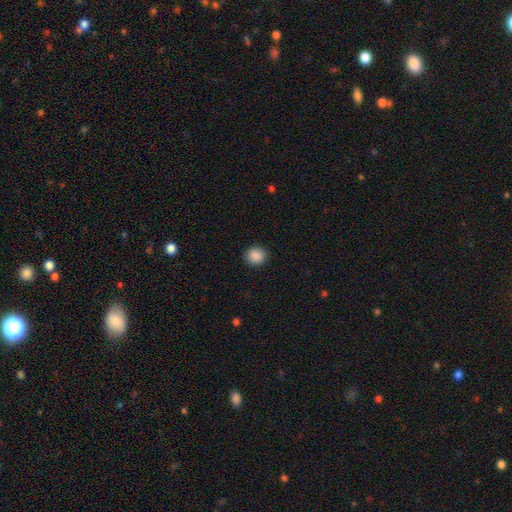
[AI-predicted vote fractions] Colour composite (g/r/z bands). It shows a smooth galaxy with no disk features (89%) that is round (86%). Merging: none (91%).